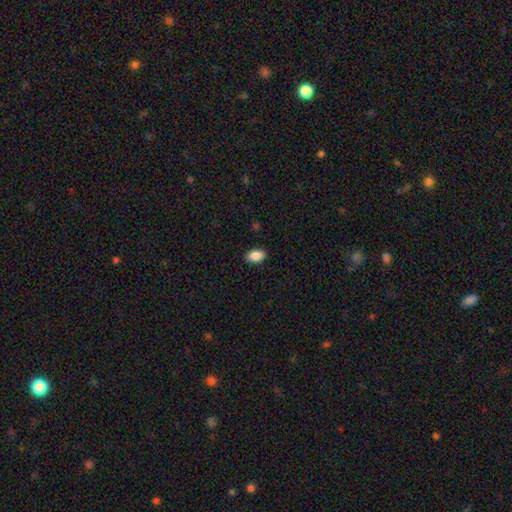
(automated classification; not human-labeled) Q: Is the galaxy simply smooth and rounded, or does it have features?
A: smooth — 89%.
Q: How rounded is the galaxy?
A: in between — 91%.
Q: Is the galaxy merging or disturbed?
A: none — 89%.